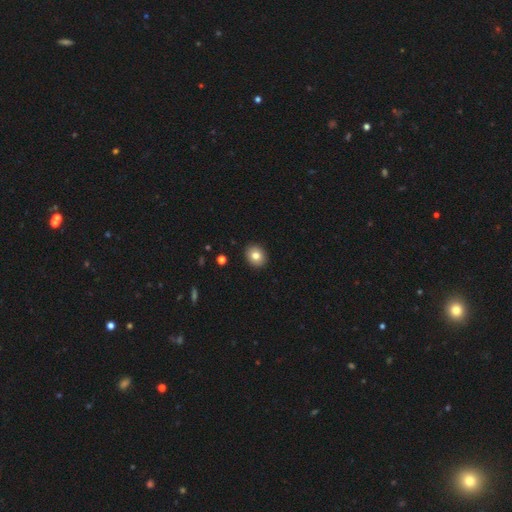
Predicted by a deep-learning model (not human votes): Q: Smooth or featured?
A: smooth (81%); runner-up: featured or disk (10%)
Q: How rounded?
A: round (68%); runner-up: in between (31%)
Q: Merging?
A: none (92%); runner-up: minor disturbance (6%)